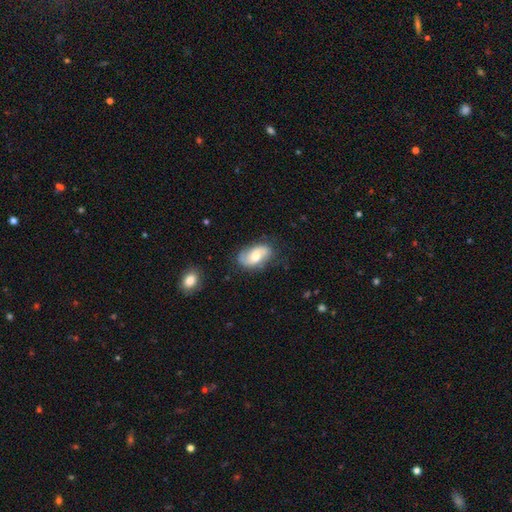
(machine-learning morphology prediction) type=featured or disk (61%); edge-on=no (95%); bar=no (53%); spiral arms=yes (88%); winding=medium (41%); arm count=2 (82%); bulge=moderate (60%); merging=none (70%).